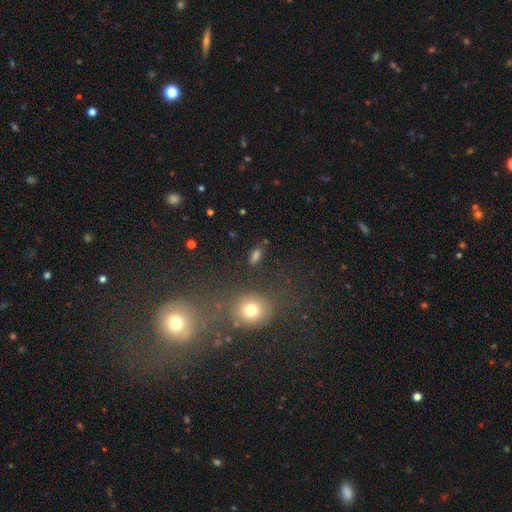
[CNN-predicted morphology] smooth 75%, star or artifact 17%, featured or disk 8%. Down the decision tree: how rounded — in between (75%); merging — none (82%).